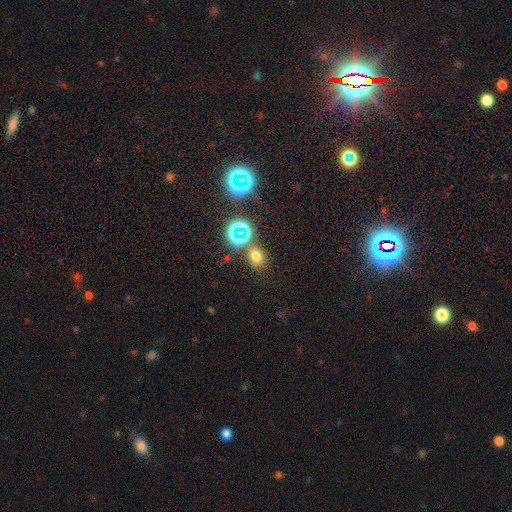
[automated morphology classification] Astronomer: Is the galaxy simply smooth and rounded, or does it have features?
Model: smooth — 65%.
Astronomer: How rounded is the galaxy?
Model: round — 53% (runner-up: in between, 46%).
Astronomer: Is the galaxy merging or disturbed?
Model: none — 72%.